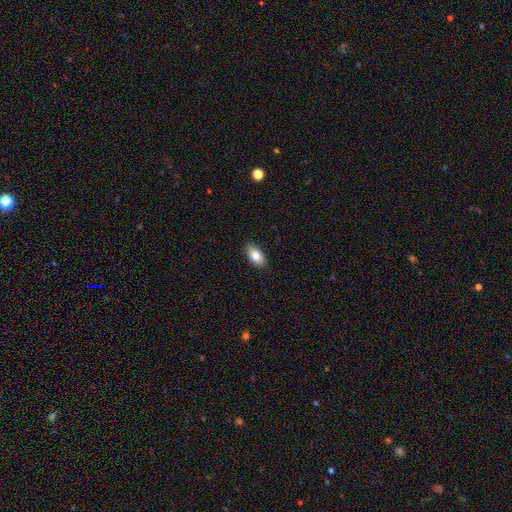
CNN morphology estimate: This is clearly a smooth galaxy (83%). How rounded: clearly in between (93%). Merging: clearly none (89%).